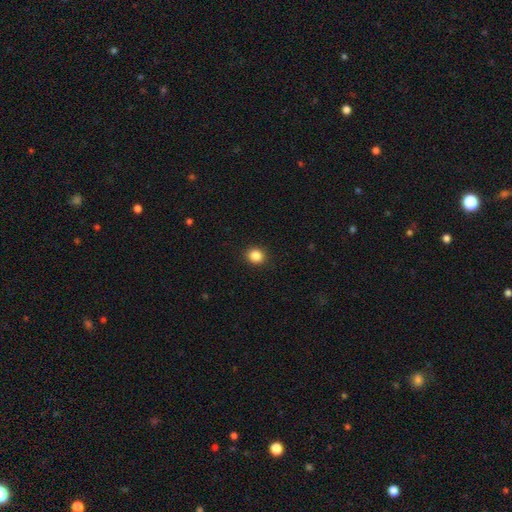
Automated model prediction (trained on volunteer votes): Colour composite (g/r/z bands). It shows a smooth galaxy with no disk features (86%) that is round (81%). Merging: none (92%).